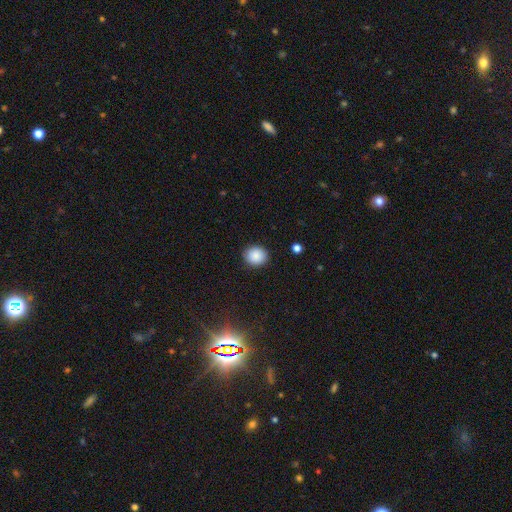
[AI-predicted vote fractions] Morphology: type=smooth (87%); roundness=round (81%); merging=none (89%).